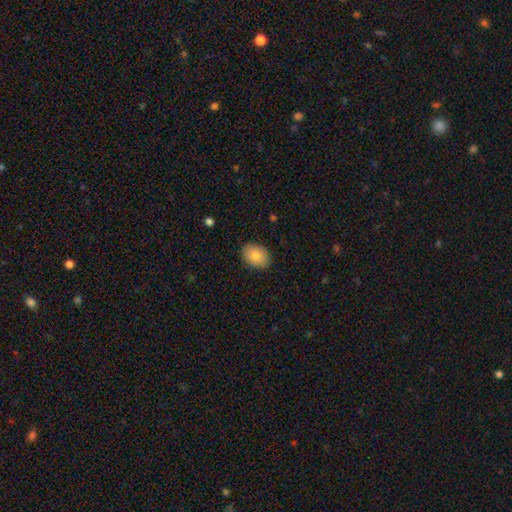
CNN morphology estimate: type=smooth (86%); roundness=in between (73%); merging=none (88%).